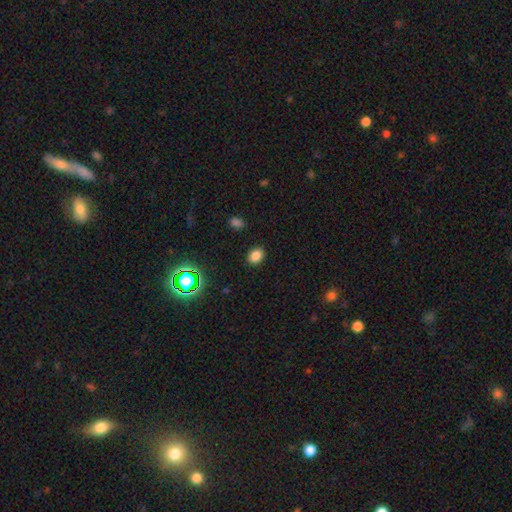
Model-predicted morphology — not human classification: Smooth or featured: smooth — 82% (star or artifact — 14%)
How rounded: in between — 58% (round — 41%)
Merging: none — 88% (minor disturbance — 8%)